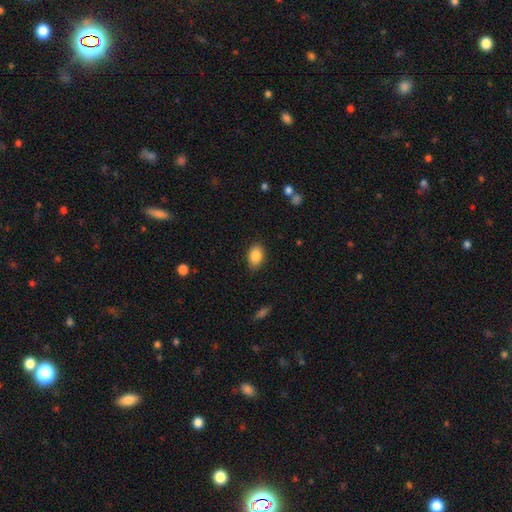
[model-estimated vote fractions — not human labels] Smooth or featured: smooth — 86% (star or artifact — 8%)
How rounded: in between — 86% (round — 13%)
Merging: none — 86% (minor disturbance — 11%)